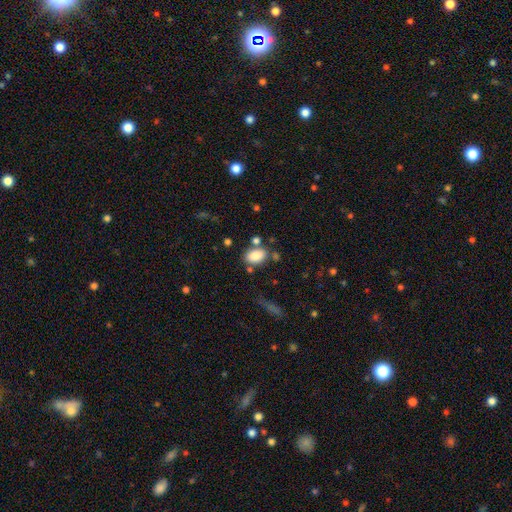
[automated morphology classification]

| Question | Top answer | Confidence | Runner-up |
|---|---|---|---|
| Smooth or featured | smooth | 86% | star or artifact (8%) |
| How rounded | in between | 87% | round (11%) |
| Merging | none | 67% | minor disturbance (14%) |